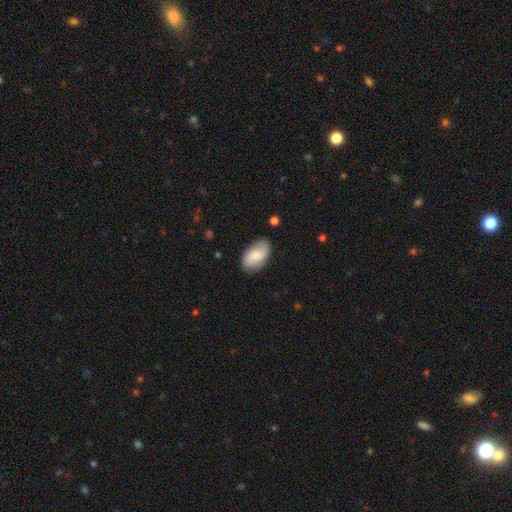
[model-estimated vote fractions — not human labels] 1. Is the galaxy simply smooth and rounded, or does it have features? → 73% smooth, 21% featured or disk, 6% star or artifact.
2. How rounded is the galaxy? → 94% in between, 4% round, 2% cigar-shaped.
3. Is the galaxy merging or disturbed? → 81% none, 14% minor disturbance, 3% major disturbance, 1% merger.